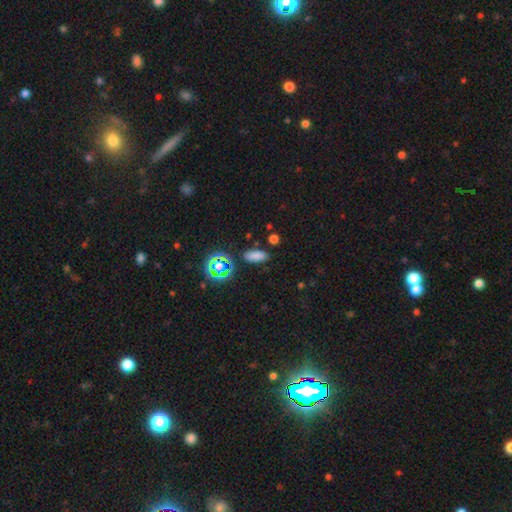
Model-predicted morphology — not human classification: smooth-or-featured: smooth: 76% | star or artifact: 18% | featured or disk: 6%
  how-rounded: in between: 74% | cigar-shaped: 21% | round: 5%
  merging: none: 84% | minor disturbance: 10% | major disturbance: 3% | merger: 3%